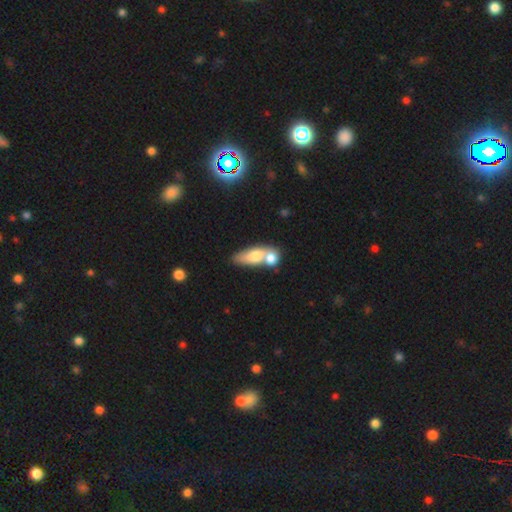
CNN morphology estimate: A smooth galaxy with no disk features (69%) that is in between round and cigar-shaped (64%). Merging: merger (67%).